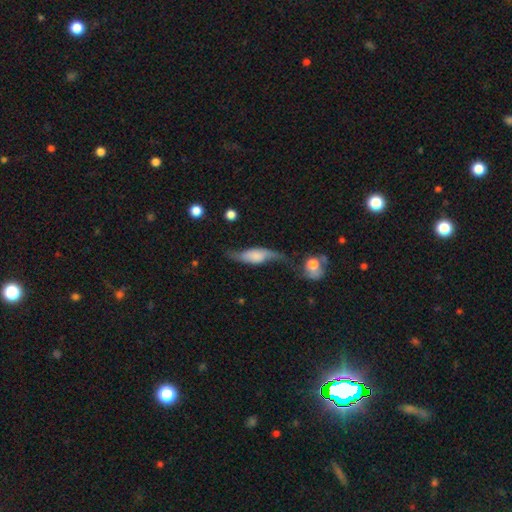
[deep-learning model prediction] Smooth or featured? featured or disk (60%)
Edge-on disk? no (71%)
Merging? none (41%)